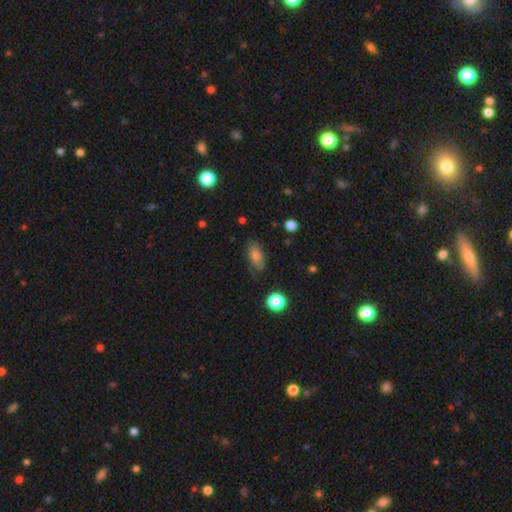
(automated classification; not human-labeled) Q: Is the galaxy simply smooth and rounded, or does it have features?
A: smooth — 74%.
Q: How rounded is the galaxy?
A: in between — 84%.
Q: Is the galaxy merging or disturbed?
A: none — 73%.